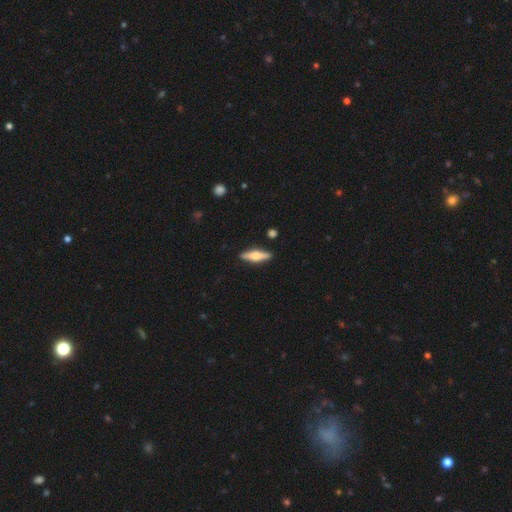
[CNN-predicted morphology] Smooth or featured: featured or disk — 61% (smooth — 34%)
Edge-on disk: yes — 96% (no — 4%)
Edge-on bulge: rounded — 90% (boxy — 7%)
Merging: none — 89% (minor disturbance — 8%)